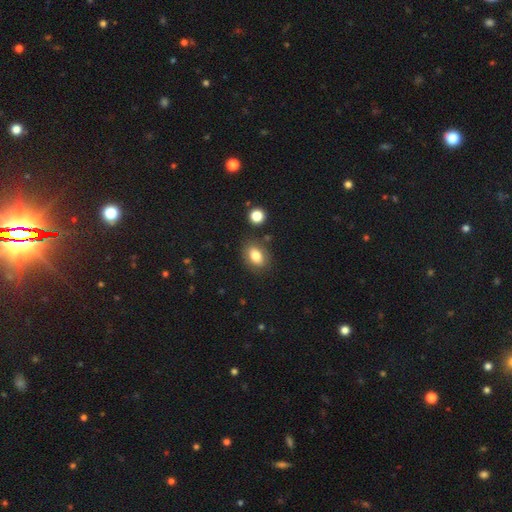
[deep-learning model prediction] Smooth or featured: smooth — 81% (featured or disk — 10%)
How rounded: in between — 80% (round — 18%)
Merging: none — 80% (minor disturbance — 11%)